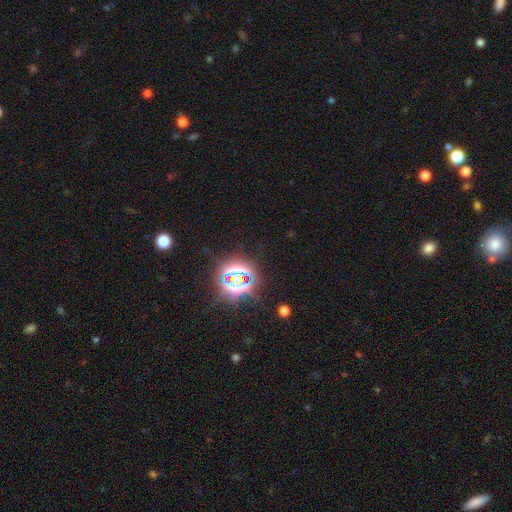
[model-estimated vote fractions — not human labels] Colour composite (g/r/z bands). It shows a star or artifact, not a galaxy (76%).